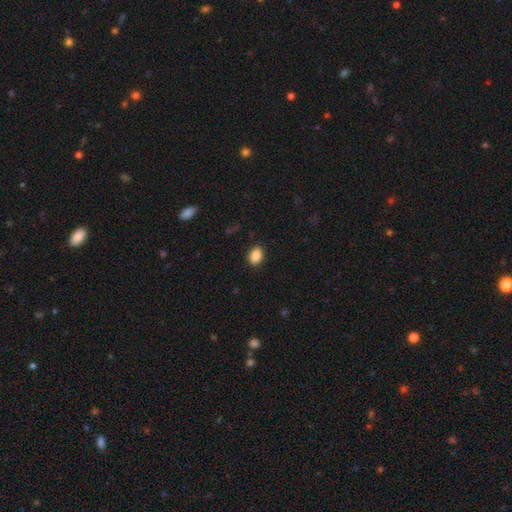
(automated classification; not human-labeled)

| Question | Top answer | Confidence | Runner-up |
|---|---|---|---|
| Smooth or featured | smooth | 87% | star or artifact (9%) |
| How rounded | in between | 72% | round (26%) |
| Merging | none | 89% | minor disturbance (8%) |